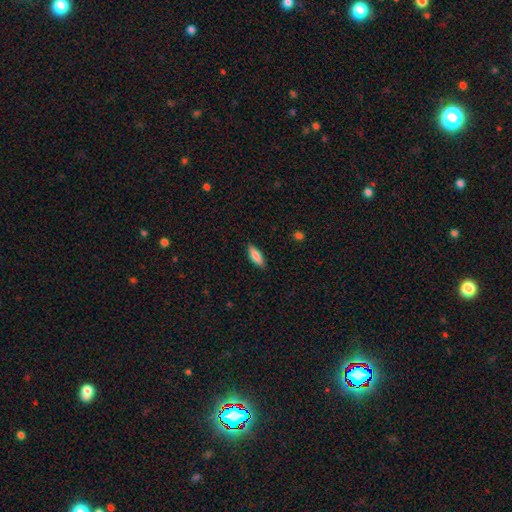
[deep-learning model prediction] Overall: smooth (80%). How rounded: in between (59%; cigar-shaped 39%). Merging: none (87%).